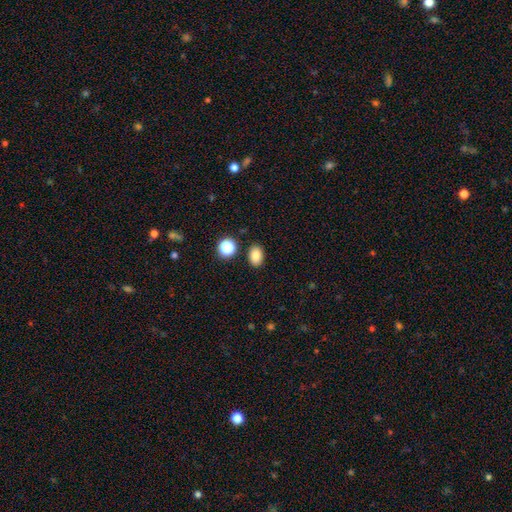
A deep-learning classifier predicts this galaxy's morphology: smooth-or-featured: smooth: 84% | star or artifact: 11% | featured or disk: 5%
  how-rounded: in between: 79% | round: 20% | cigar-shaped: 1%
  merging: none: 86% | minor disturbance: 8% | merger: 4% | major disturbance: 2%